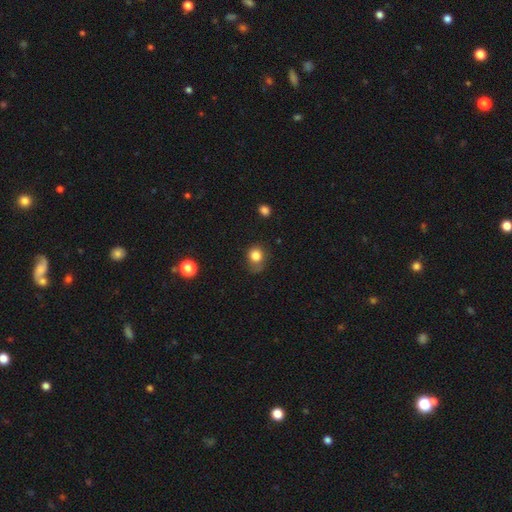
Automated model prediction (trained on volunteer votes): Q: Smooth or featured?
A: smooth (82%); runner-up: star or artifact (11%)
Q: How rounded?
A: round (72%); runner-up: in between (27%)
Q: Merging?
A: none (53%); runner-up: minor disturbance (31%)